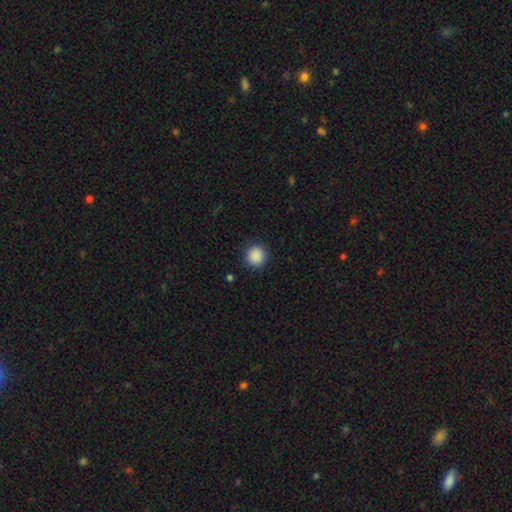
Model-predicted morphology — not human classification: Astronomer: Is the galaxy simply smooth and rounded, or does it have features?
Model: smooth — 89%.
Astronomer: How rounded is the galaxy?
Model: round — 91%.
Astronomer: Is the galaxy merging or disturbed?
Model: none — 89%.